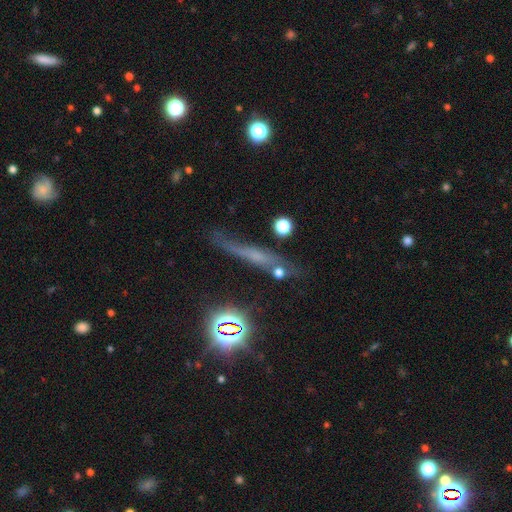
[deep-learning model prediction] Smooth or featured? Predicted: featured or disk (p=0.39). Merging? Predicted: none (p=0.62).